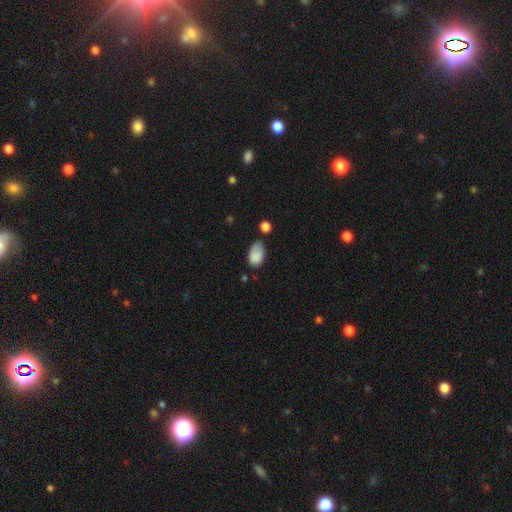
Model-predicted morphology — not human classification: The model was most divided on "merging": none: 47%, minor disturbance: 34%, major disturbance: 11%, merger: 8%. More confident: how rounded — in between (90%); smooth or featured — smooth (84%).